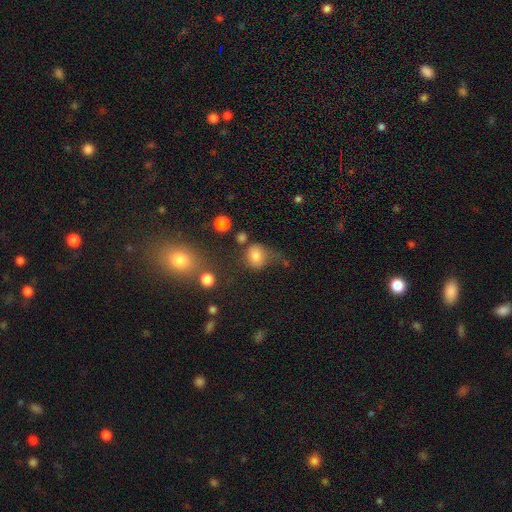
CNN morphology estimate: smooth 76%, star or artifact 13%, featured or disk 10%. Down the decision tree: how rounded — round (70%); merging — none (46%).